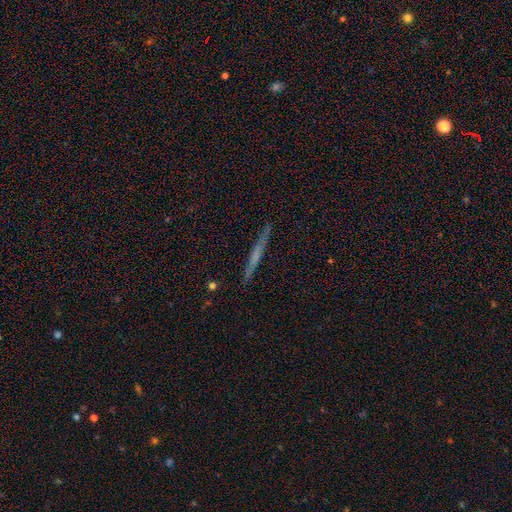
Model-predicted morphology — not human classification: The model was most divided on "smooth or featured": featured or disk: 58%, smooth: 34%, star or artifact: 8%. More confident: edge-on disk — yes (97%); merging — none (91%); edge-on bulge — none (61%).